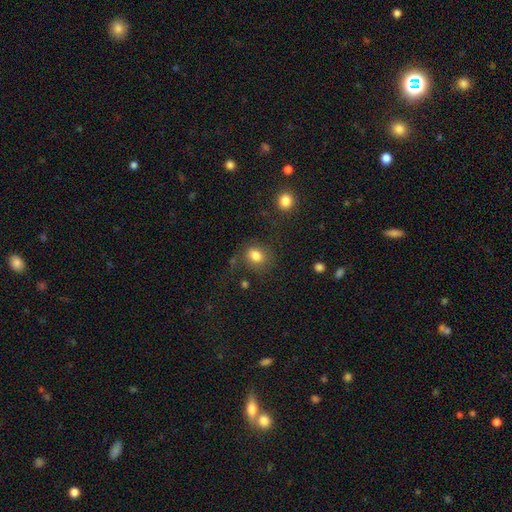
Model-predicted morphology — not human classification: Smooth or featured: smooth — 82% (star or artifact — 11%)
How rounded: round — 57% (in between — 42%)
Merging: none — 74% (minor disturbance — 15%)